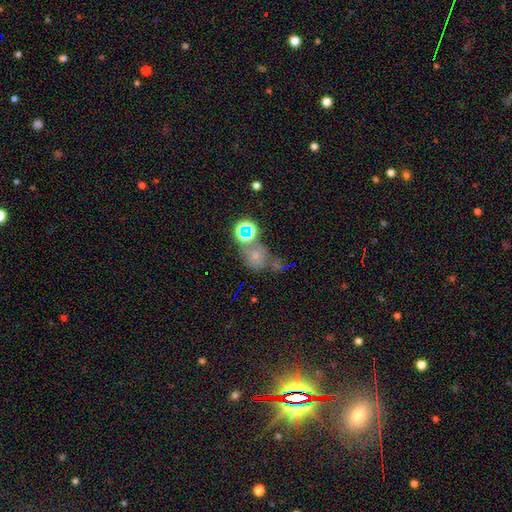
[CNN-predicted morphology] The model was most divided on "smooth or featured": smooth: 48%, star or artifact: 36%, featured or disk: 16%. Remaining: merging — none (45%).